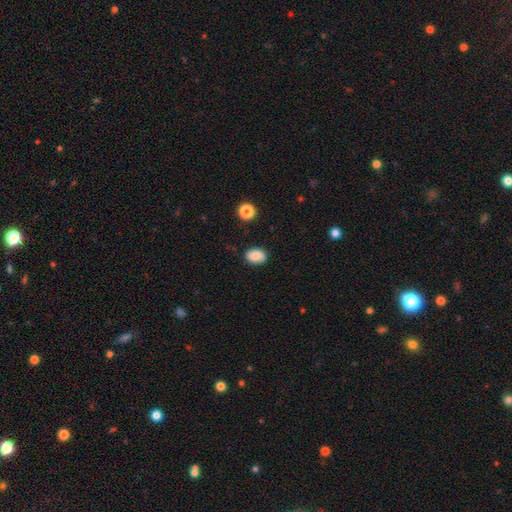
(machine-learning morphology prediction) Smooth or featured? Predicted: smooth (p=0.83). How rounded? Predicted: in between (p=0.72). Merging? Predicted: none (p=0.83).